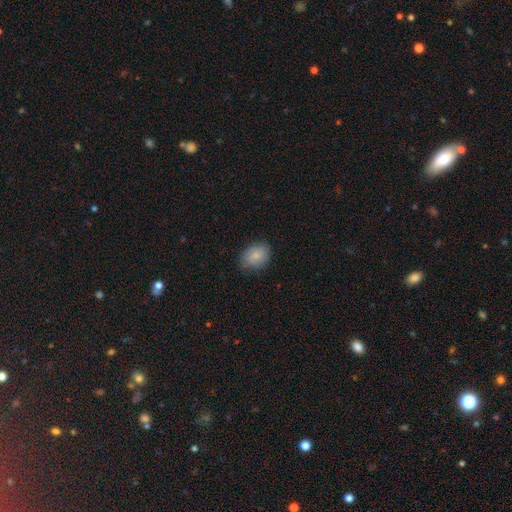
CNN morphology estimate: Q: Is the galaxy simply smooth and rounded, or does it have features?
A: smooth — 79%.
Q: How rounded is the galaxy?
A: in between — 59%.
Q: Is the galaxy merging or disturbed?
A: none — 74%.